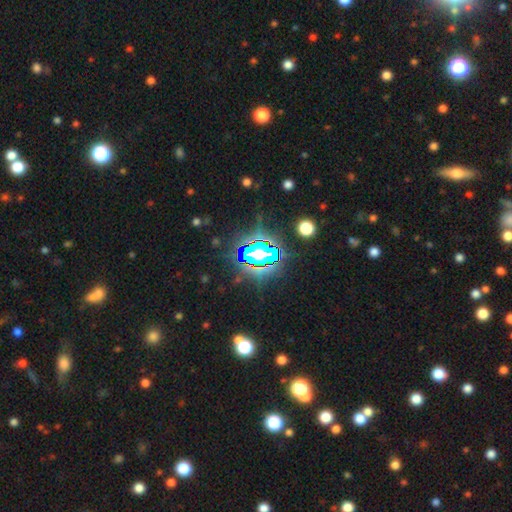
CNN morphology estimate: Smooth or featured: star or artifact — 70% (smooth — 16%)